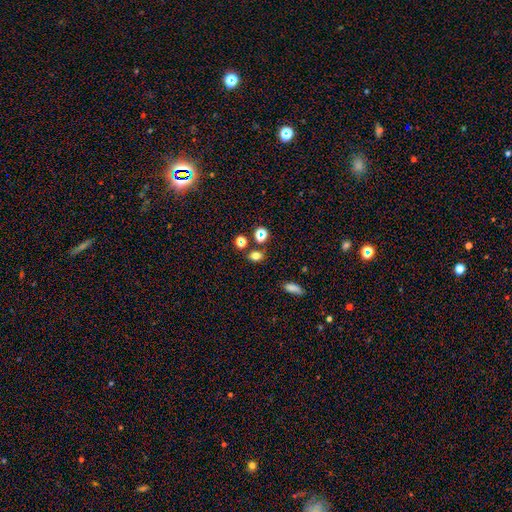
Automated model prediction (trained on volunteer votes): smooth_or_featured: smooth (p=0.73) [alt: star or artifact p=0.20]
how_rounded: in between (p=0.58) [alt: round p=0.40]
merging: none (p=0.76) [alt: minor disturbance p=0.10]